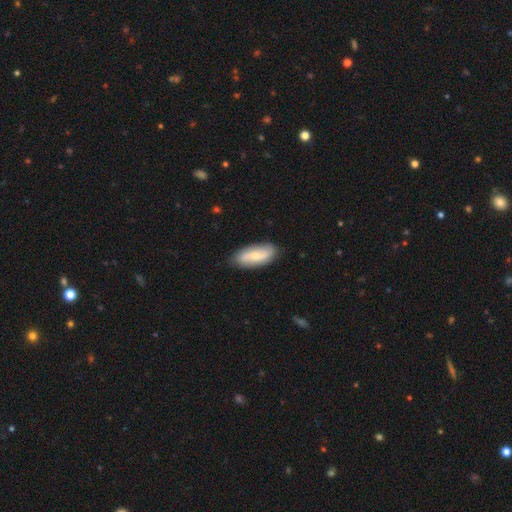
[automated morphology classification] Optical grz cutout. It shows a smooth galaxy with no disk features (52%) that is in between round and cigar-shaped (83%). Merging: none (83%).